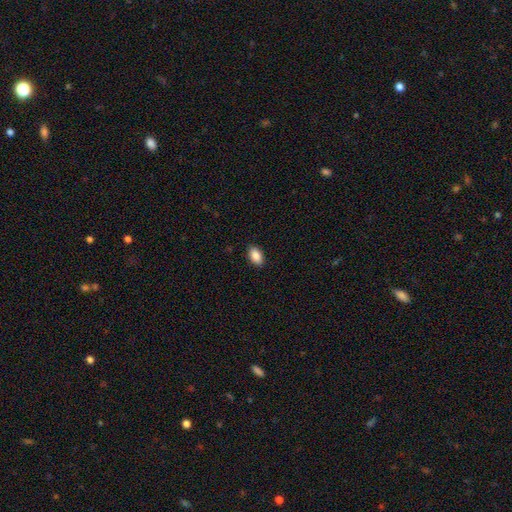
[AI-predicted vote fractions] Morphology: type=smooth (89%); roundness=in between (91%); merging=none (90%).